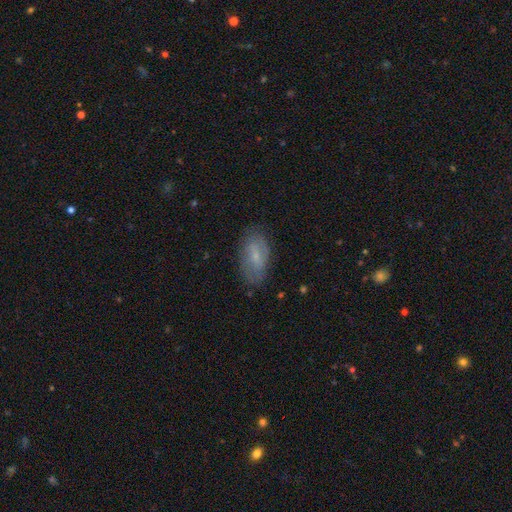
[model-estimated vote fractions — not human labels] The model was most divided on "smooth or featured": smooth: 52%, featured or disk: 40%, star or artifact: 8%. More confident: how rounded — in between (89%); merging — none (77%).